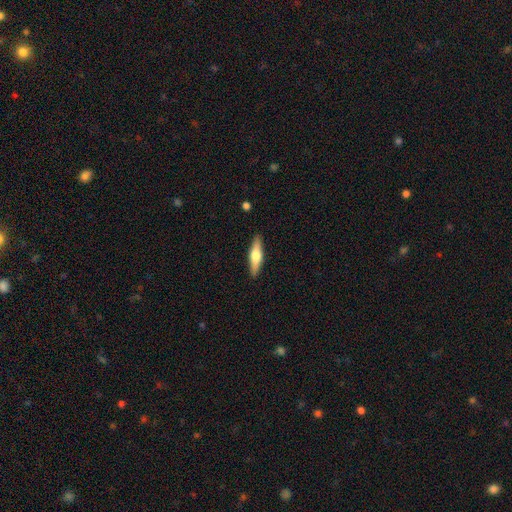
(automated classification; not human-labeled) Overall: smooth (48%; featured or disk 46%). Merging: none (90%).